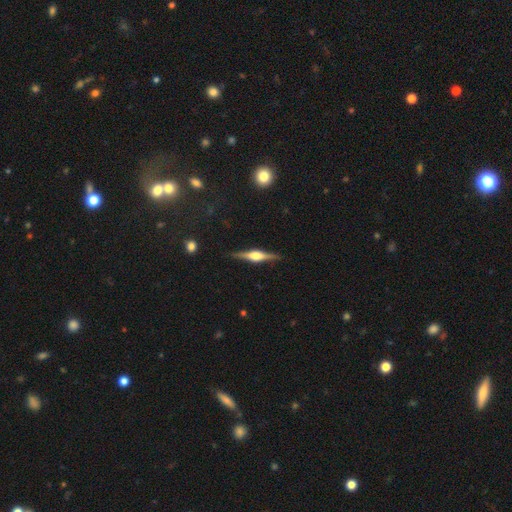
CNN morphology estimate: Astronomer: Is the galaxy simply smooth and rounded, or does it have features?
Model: featured or disk — 82%.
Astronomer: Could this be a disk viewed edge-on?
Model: yes — 98%.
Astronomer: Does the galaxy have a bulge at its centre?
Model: rounded — 87%.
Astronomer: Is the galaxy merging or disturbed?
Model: none — 90%.